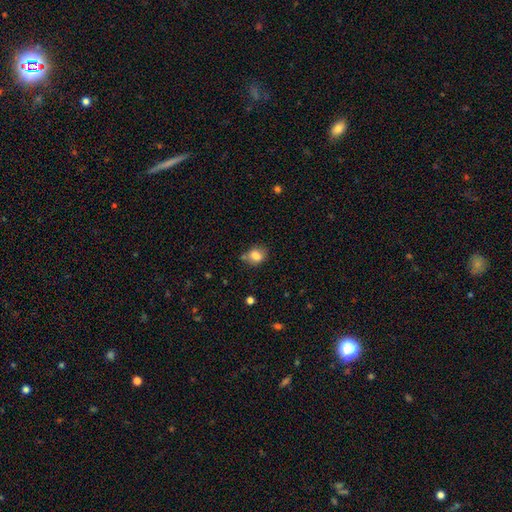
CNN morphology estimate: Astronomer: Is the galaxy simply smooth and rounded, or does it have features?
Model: smooth — 81%.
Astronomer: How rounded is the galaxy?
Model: round — 57% (runner-up: in between, 42%).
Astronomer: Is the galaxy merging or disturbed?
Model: none — 64%.